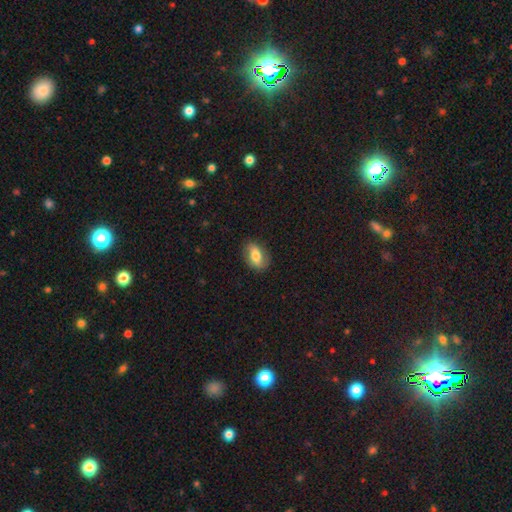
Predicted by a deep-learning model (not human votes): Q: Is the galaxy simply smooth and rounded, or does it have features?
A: smooth — 63%.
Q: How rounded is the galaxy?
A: in between — 84%.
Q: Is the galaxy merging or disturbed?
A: none — 82%.